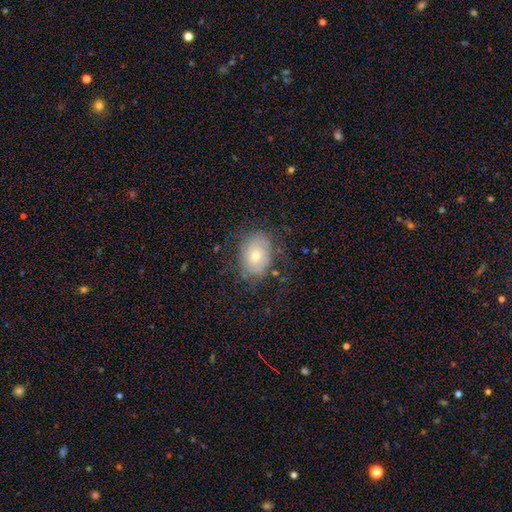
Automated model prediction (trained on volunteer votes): A smooth galaxy with no disk features (49%). Merging: none (68%).